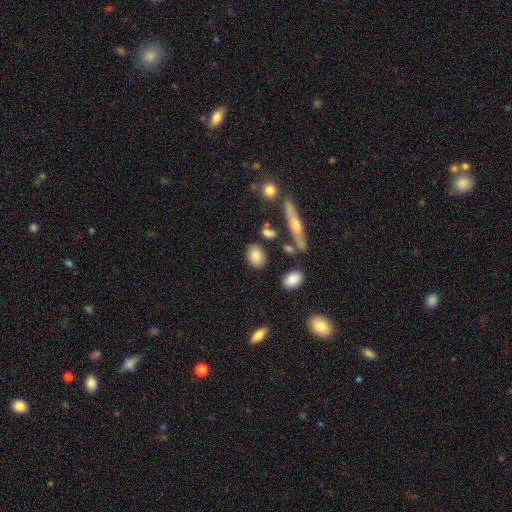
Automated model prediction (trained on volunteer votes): This is clearly a smooth galaxy (81%). How rounded: likely in between (63%). Merging: clearly none (82%).